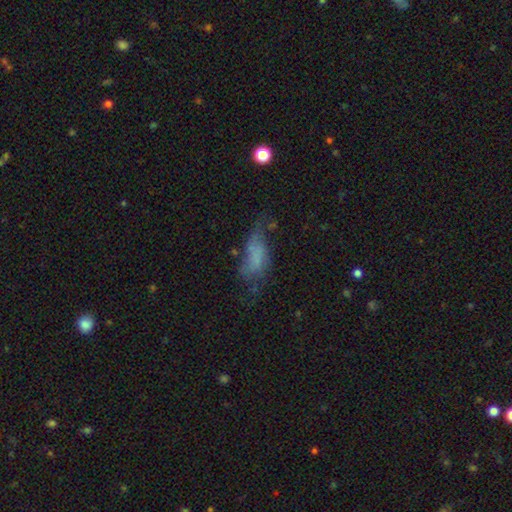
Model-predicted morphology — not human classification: This appears to be a smooth galaxy with no disk features (53%) that is in between round and cigar-shaped (76%). Merging: major disturbance (34%).